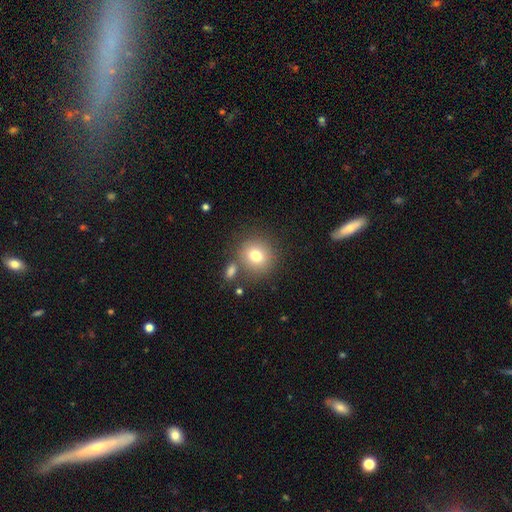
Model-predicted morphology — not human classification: A smooth galaxy with no disk features (76%) that is round (87%). Merging: none (73%).